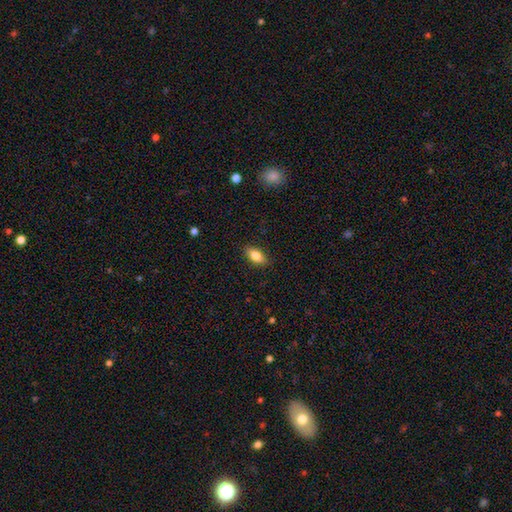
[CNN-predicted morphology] A smooth galaxy with no disk features (83%) that is in between round and cigar-shaped (89%). Merging: none (88%).